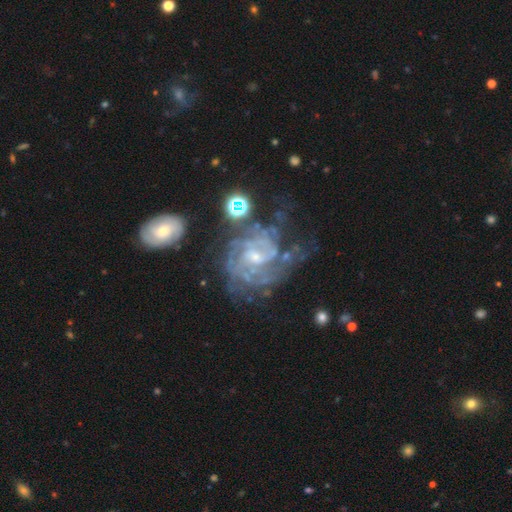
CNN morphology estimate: featured or disk 86%, star or artifact 8%, smooth 7%. Down the decision tree: edge-on disk — no (97%); bar — weak (47%); spiral arms — yes (93%); spiral arm count — can't tell (39%); spiral winding — tight (61%); bulge size — small (58%); merging — none (48%).